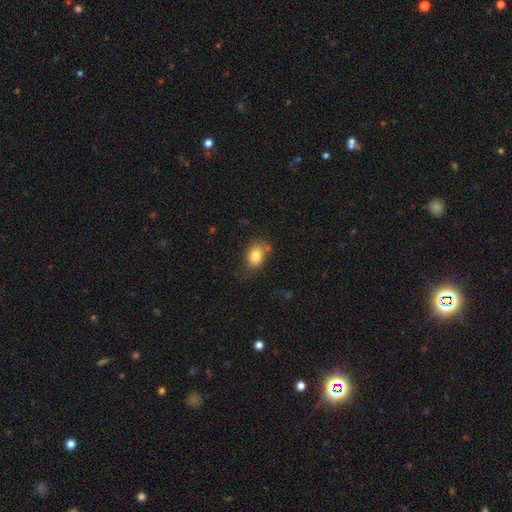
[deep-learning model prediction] Smooth or featured?
  - smooth: 82% *
  - featured or disk: 10%
  - star or artifact: 9%
How rounded?
  - in between: 72% *
  - round: 26%
  - cigar-shaped: 1%
Merging?
  - none: 68% *
  - minor disturbance: 20%
  - major disturbance: 6%
  - merger: 6%